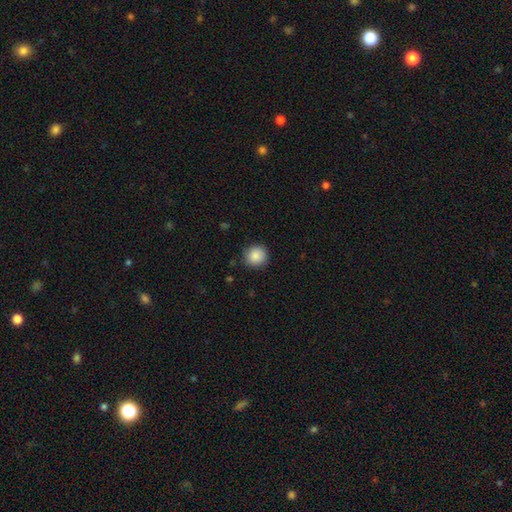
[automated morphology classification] type=smooth (88%); roundness=round (93%); merging=none (88%).